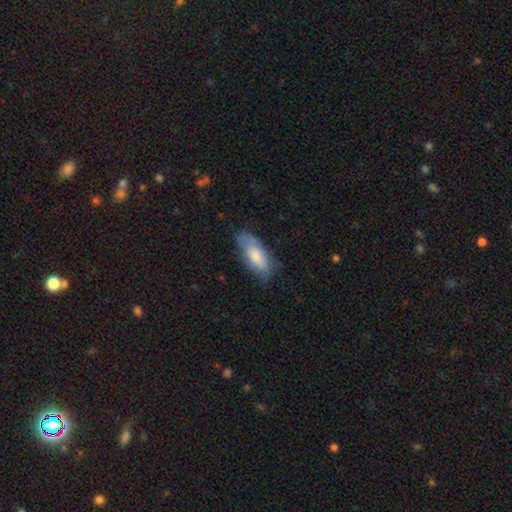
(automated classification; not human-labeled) smooth 69%, featured or disk 25%, star or artifact 6%. Down the decision tree: how rounded — in between (78%); merging — none (67%).